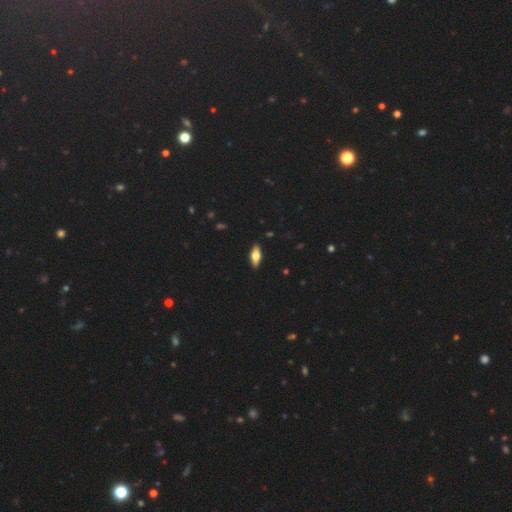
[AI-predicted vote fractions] A smooth galaxy with no disk features (59%) that is in between round and cigar-shaped (75%).

Vote fractions:
- Smooth or featured? smooth: 59% / featured or disk: 34% / star or artifact: 7%
- How rounded? in between: 75% / cigar-shaped: 22% / round: 3%
- Merging? none: 89% / minor disturbance: 8% / major disturbance: 2% / merger: 1%